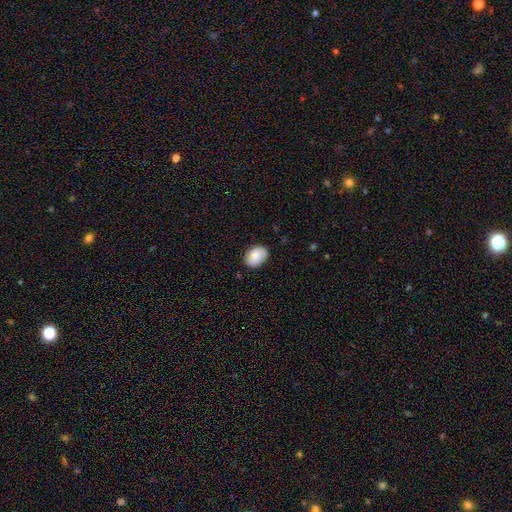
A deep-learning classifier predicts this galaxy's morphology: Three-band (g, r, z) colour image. It shows a smooth galaxy with no disk features (86%) that is in between round and cigar-shaped (80%). Merging: none (84%).